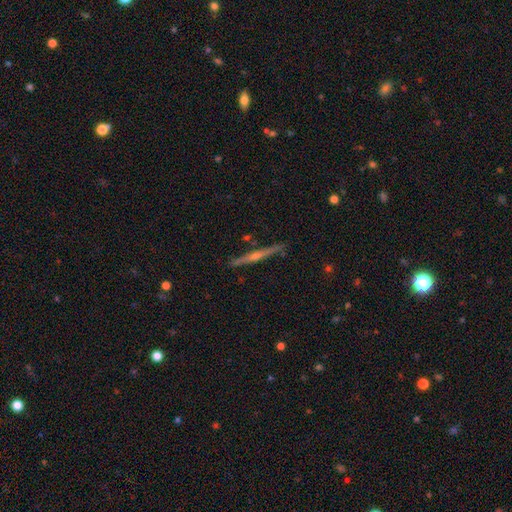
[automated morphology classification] type=featured or disk (78%); edge-on=yes (98%); edge-on bulge=rounded (79%); merging=none (89%).